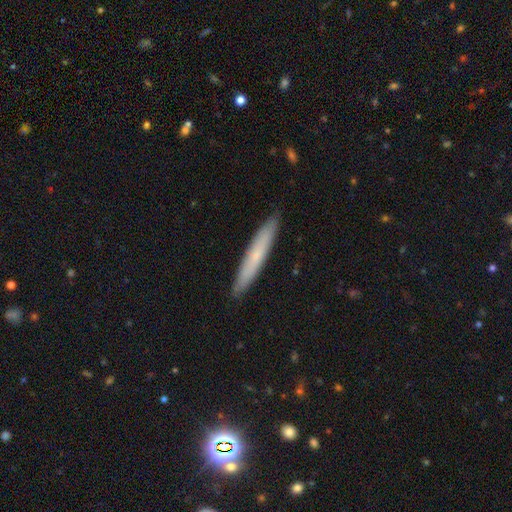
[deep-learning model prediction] This is possibly a smooth galaxy (59%). How rounded: clearly cigar-shaped (95%). Merging: clearly none (90%).